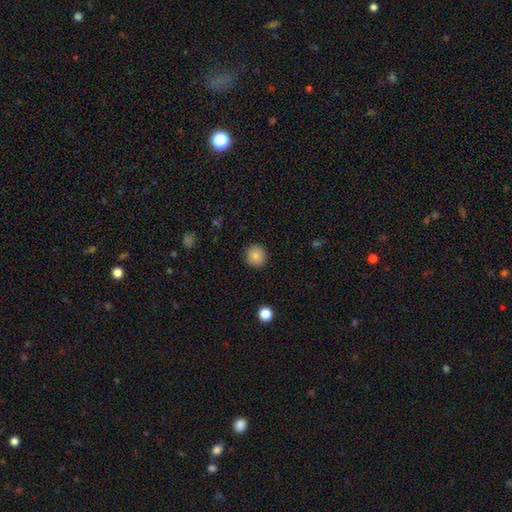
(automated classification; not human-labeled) Overall: smooth (85%). How rounded: round (94%). Merging: none (91%).